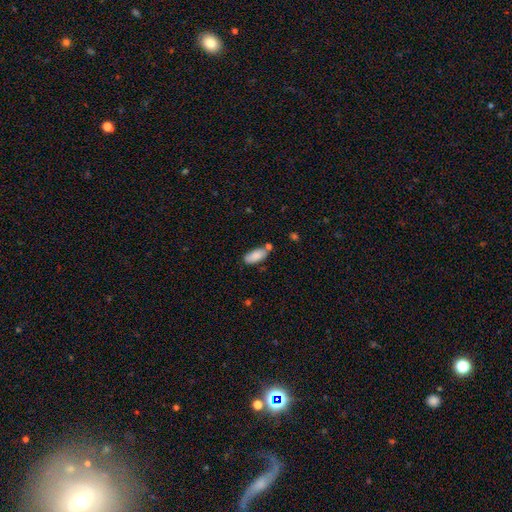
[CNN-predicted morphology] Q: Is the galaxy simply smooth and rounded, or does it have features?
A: smooth — 87%.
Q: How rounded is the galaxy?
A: in between — 87%.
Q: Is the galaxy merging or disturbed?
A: none — 67%.